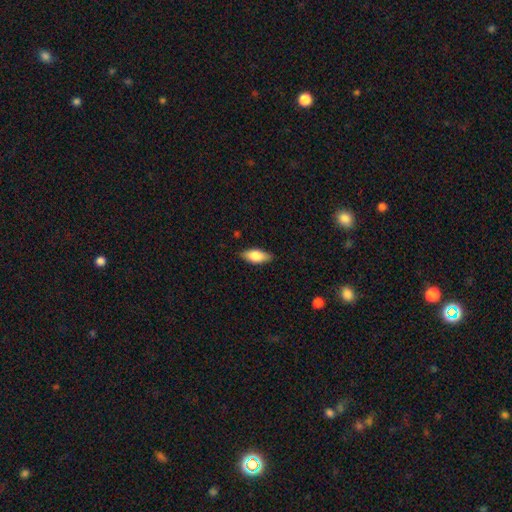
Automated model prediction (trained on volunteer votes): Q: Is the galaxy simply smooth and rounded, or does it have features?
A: smooth — 77%.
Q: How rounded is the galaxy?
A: in between — 84%.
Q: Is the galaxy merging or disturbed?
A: none — 85%.